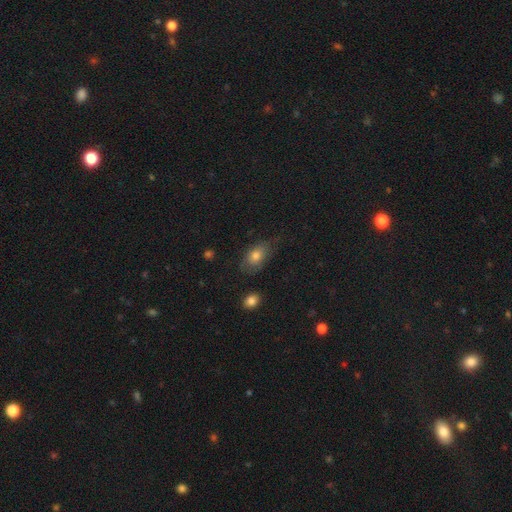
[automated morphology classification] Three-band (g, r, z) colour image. It shows a smooth galaxy with no disk features (75%) that is in between round and cigar-shaped (85%). Merging: none (59%).